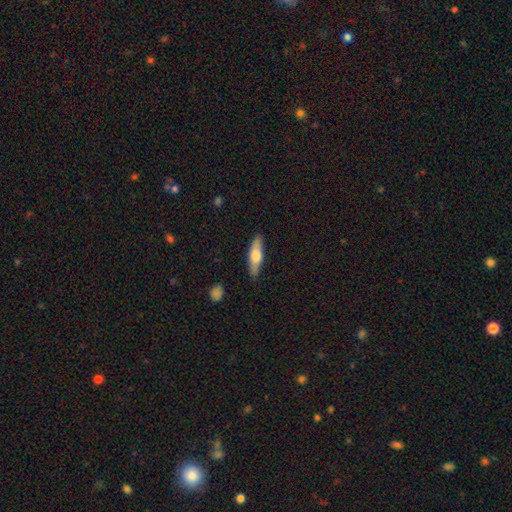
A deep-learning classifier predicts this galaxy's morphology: Q: Smooth or featured?
A: smooth (54%); runner-up: featured or disk (41%)
Q: How rounded?
A: cigar-shaped (64%); runner-up: in between (34%)
Q: Merging?
A: none (87%); runner-up: minor disturbance (10%)